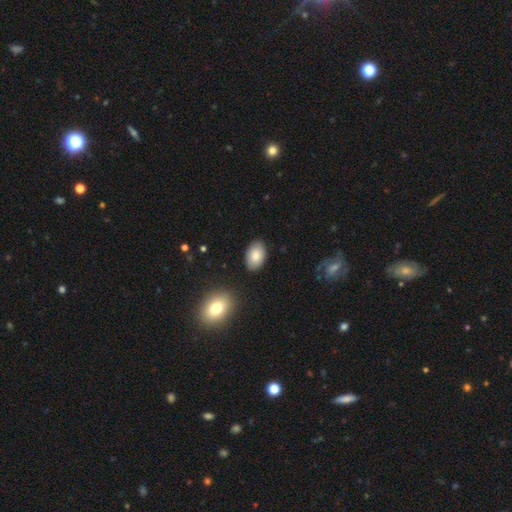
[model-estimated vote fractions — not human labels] The model was most divided on "smooth or featured": smooth: 84%, featured or disk: 9%, star or artifact: 7%. More confident: how rounded — in between (91%); merging — none (86%).